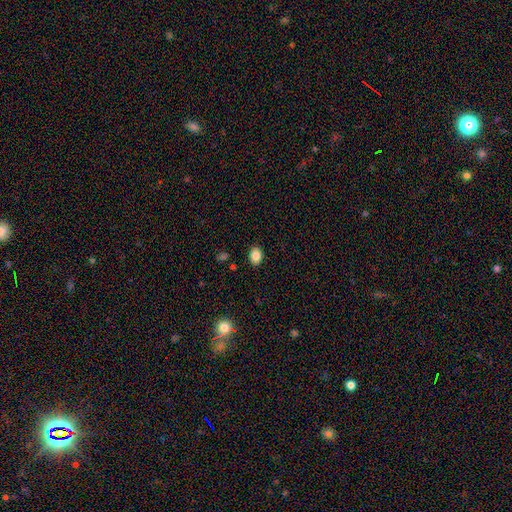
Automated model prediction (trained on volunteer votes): Morphology: type=smooth (85%); roundness=in between (76%); merging=none (88%).